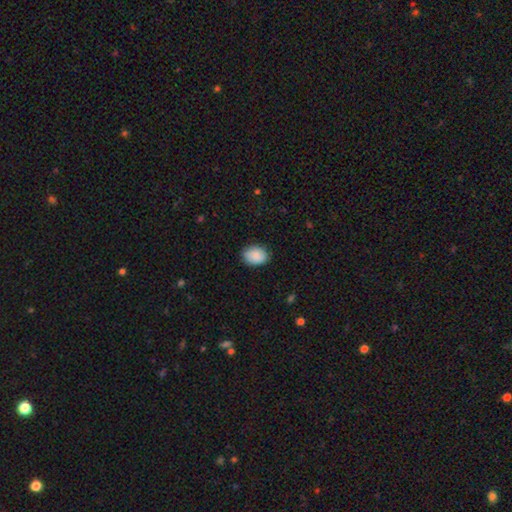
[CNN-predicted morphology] Overall: smooth (86%). How rounded: in between (68%; round 31%). Merging: none (82%).